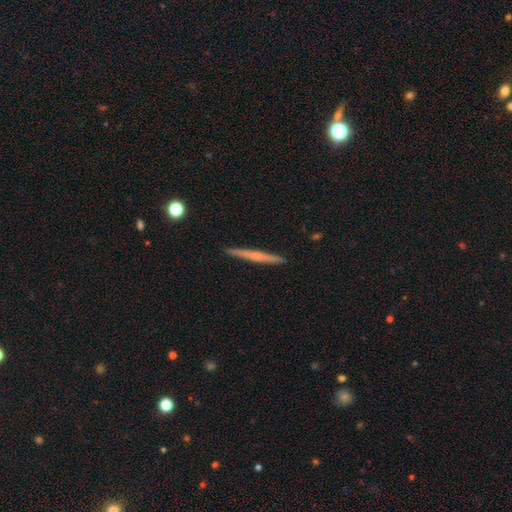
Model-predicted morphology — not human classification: Smooth or featured: featured or disk — 55% (smooth — 39%)
Edge-on disk: yes — 98% (no — 2%)
Edge-on bulge: none — 59% (rounded — 34%)
Merging: none — 93% (minor disturbance — 5%)